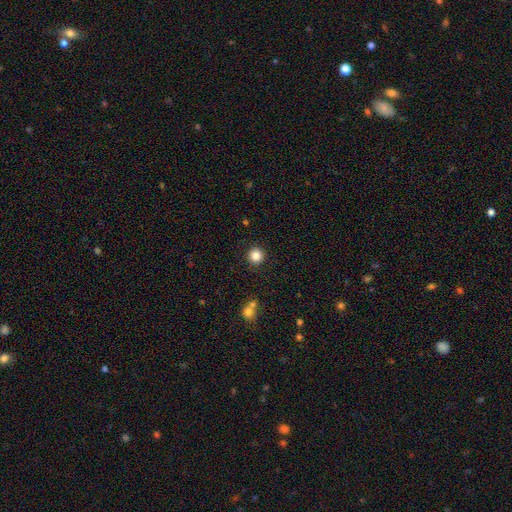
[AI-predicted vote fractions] This is clearly a smooth galaxy (85%). How rounded: clearly round (95%). Merging: clearly none (91%).